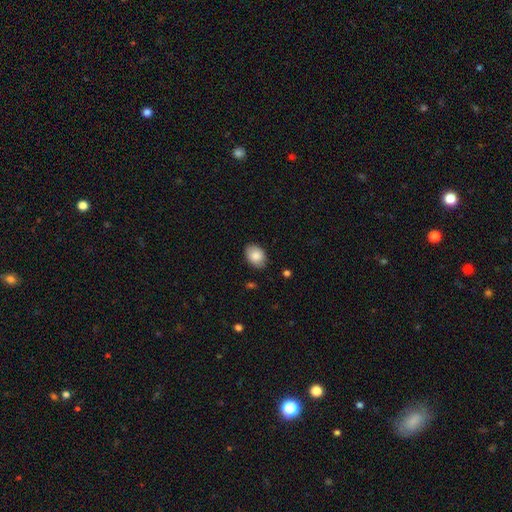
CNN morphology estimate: This appears to be a smooth galaxy with no disk features (85%) that is in between round and cigar-shaped (80%). Merging: none (83%).